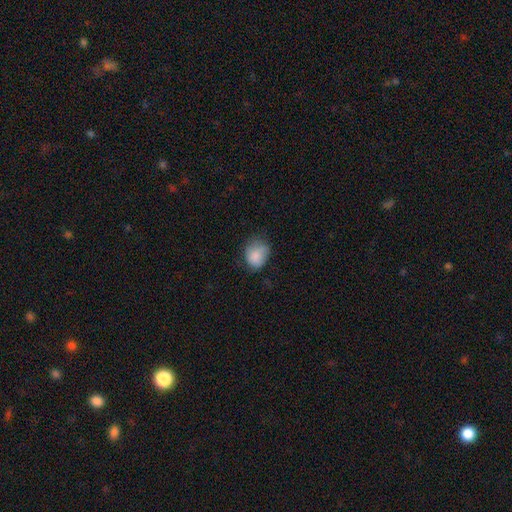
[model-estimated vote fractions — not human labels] A smooth galaxy with no disk features (84%) that is round (55%). Merging: none (55%).